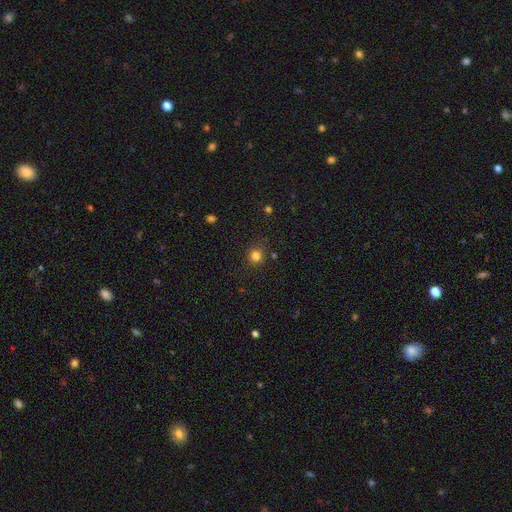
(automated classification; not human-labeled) This appears to be a smooth galaxy with no disk features (81%) that is round (90%). Merging: none (86%).